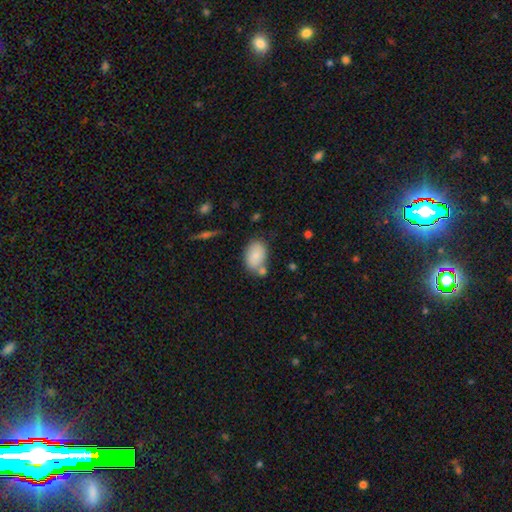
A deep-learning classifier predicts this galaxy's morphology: This is likely a smooth galaxy (78%). How rounded: clearly in between (83%). Merging: possibly none (59%).